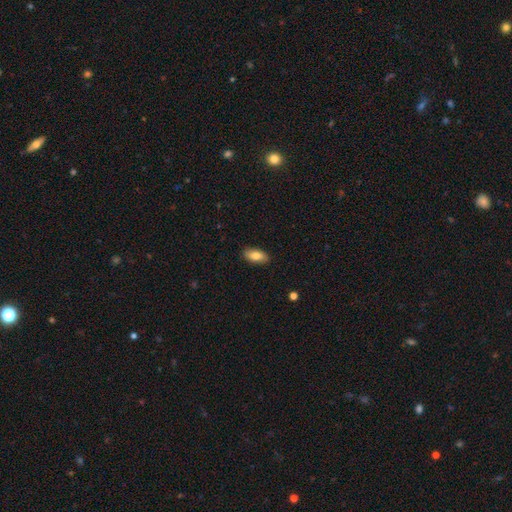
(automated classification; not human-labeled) Morphology: type=smooth (81%); roundness=in between (88%); merging=none (89%).